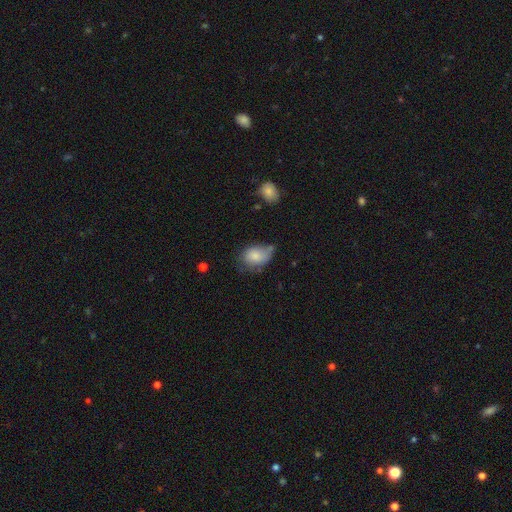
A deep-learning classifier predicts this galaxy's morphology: A smooth galaxy with no disk features (79%) that is in between round and cigar-shaped (78%). Merging: none (40%).